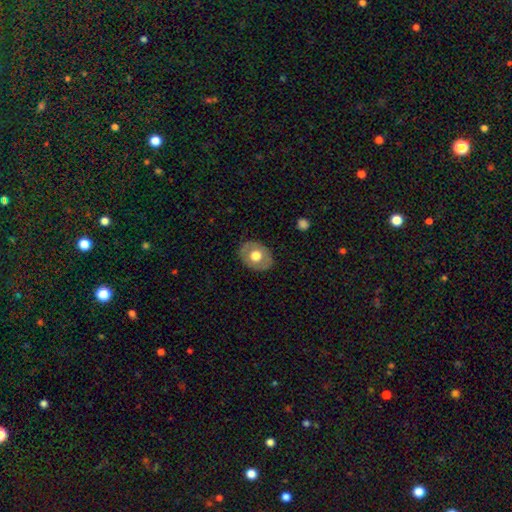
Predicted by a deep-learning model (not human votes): The model was most divided on "how rounded": in between: 59%, round: 41%, cigar-shaped: 1%. More confident: merging — none (84%); smooth or featured — smooth (57%).